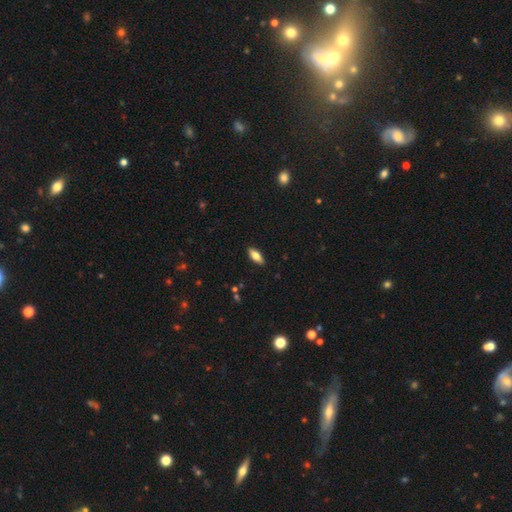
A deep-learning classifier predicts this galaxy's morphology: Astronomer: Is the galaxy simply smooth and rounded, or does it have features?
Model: smooth — 68%.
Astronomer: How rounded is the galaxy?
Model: in between — 76%.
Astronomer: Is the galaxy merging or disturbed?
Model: none — 89%.